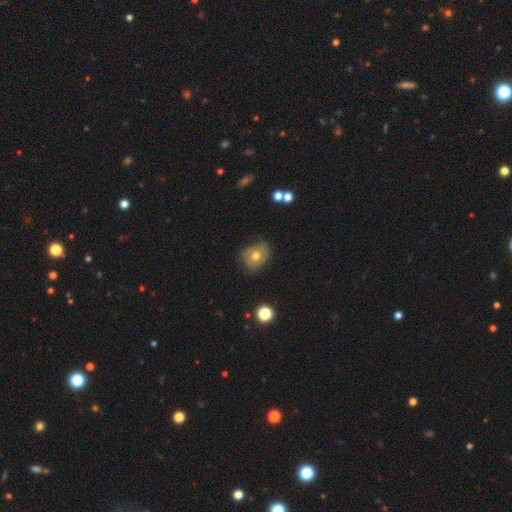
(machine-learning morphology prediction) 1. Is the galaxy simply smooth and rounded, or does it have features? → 66% smooth, 25% featured or disk, 10% star or artifact.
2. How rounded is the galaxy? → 52% round, 47% in between, 1% cigar-shaped.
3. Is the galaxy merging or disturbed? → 70% none, 23% minor disturbance, 5% major disturbance, 2% merger.